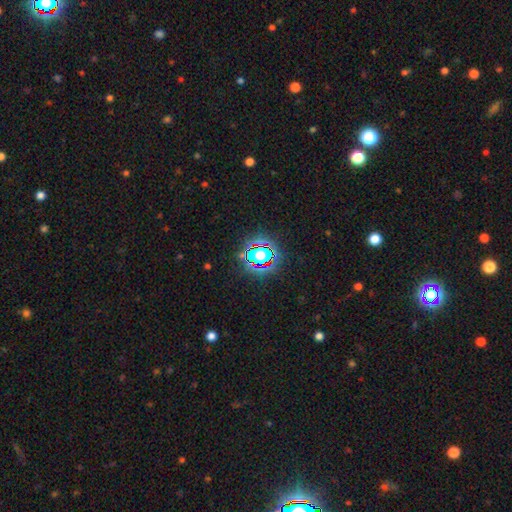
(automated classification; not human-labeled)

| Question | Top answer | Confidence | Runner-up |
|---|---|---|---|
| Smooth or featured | star or artifact | 75% | smooth (16%) |